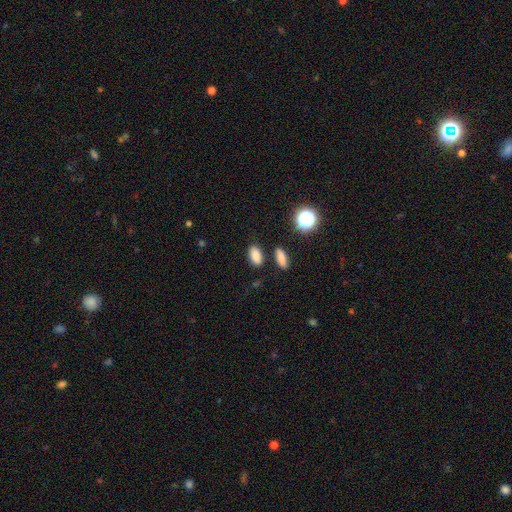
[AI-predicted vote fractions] This appears to be a smooth galaxy with no disk features (84%) that is in between round and cigar-shaped (87%). Merging: none (84%).